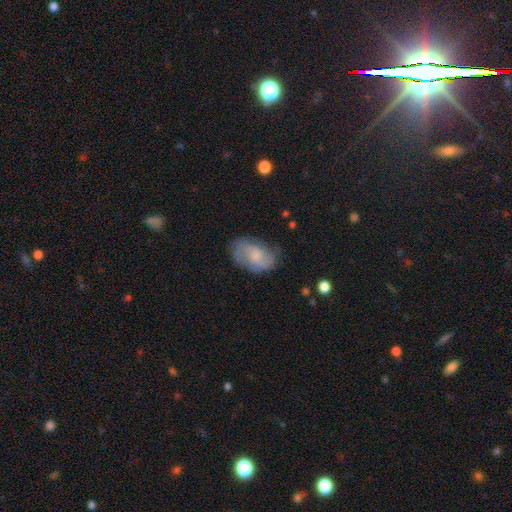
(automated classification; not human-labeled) Smooth or featured: smooth — 54% (featured or disk — 38%)
How rounded: in between — 90% (round — 8%)
Merging: none — 63% (minor disturbance — 26%)